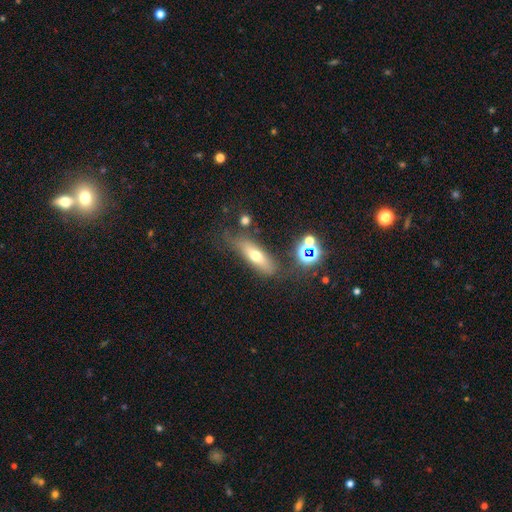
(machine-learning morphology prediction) This appears to be a smooth galaxy with no disk features (59%) that is cigar-shaped (48%, tied with in between). Merging: none (68%).